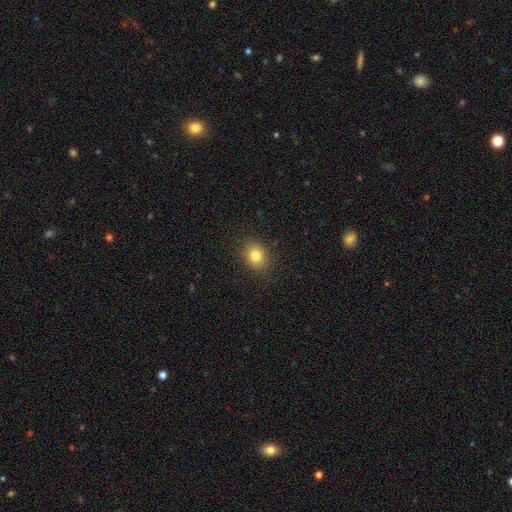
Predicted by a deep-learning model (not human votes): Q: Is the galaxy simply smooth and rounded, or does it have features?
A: smooth — 81%.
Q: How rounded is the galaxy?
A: round — 58%.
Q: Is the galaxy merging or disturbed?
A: none — 87%.